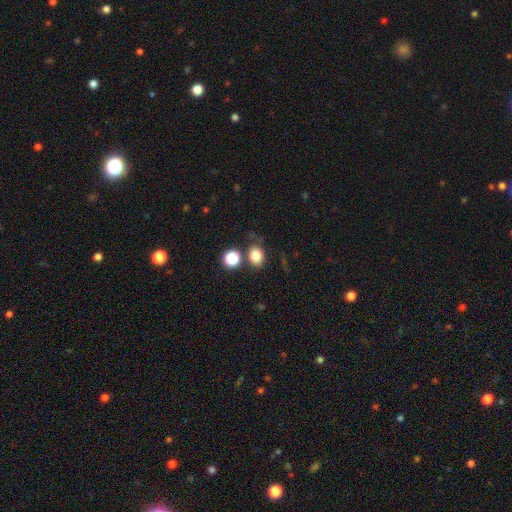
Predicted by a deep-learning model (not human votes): smooth 81%, star or artifact 12%, featured or disk 7%. Down the decision tree: how rounded — round (52%); merging — none (72%).